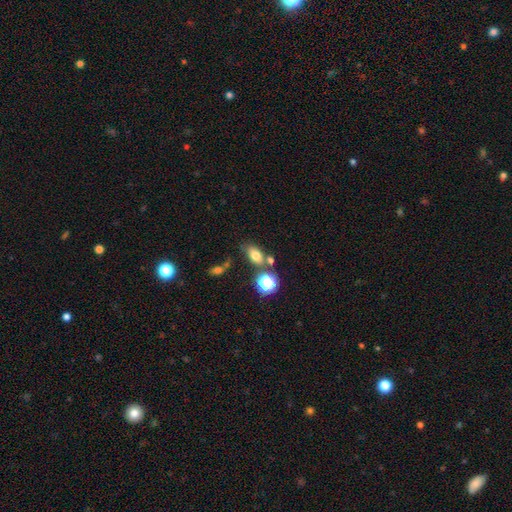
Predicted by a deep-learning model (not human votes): Smooth or featured? smooth (74%)
How rounded? in between (80%)
Merging? none (65%)